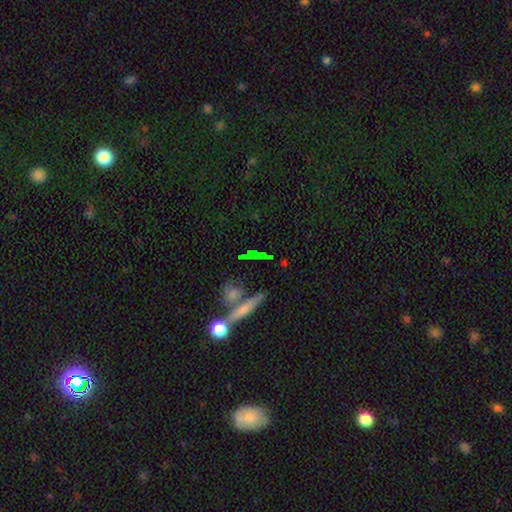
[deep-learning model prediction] The model was most divided on "smooth or featured": smooth: 37%, featured or disk: 35%, star or artifact: 28%. More confident: merging — none (65%).